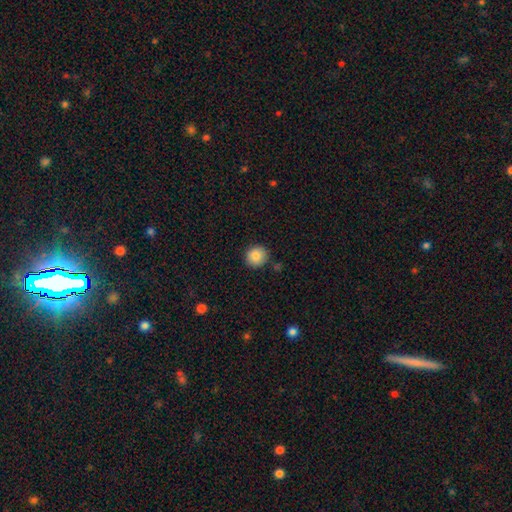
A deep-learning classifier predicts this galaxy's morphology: Overall: smooth (86%). How rounded: round (92%). Merging: none (88%).